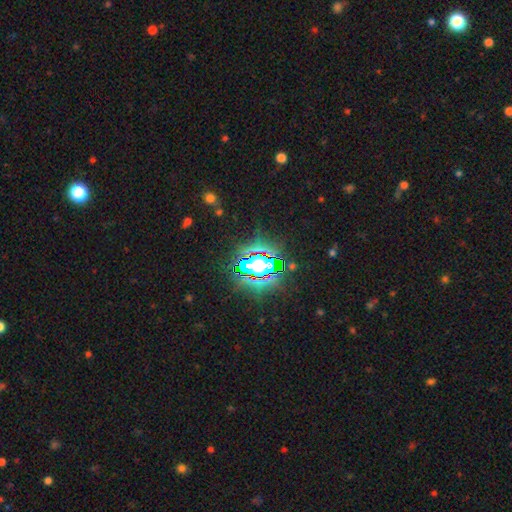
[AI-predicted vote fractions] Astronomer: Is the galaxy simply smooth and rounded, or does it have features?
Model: star or artifact — 80%.